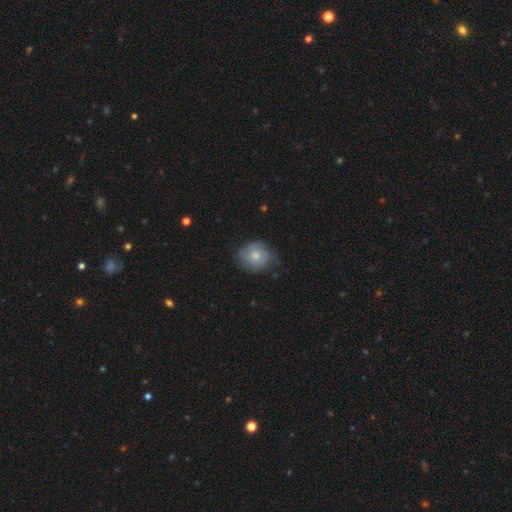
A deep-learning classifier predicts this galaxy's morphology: Smooth or featured?
  - smooth: 65% *
  - featured or disk: 28%
  - star or artifact: 7%
How rounded?
  - round: 73% *
  - in between: 26%
  - cigar-shaped: 1%
Merging?
  - none: 63% *
  - minor disturbance: 28%
  - major disturbance: 8%
  - merger: 1%